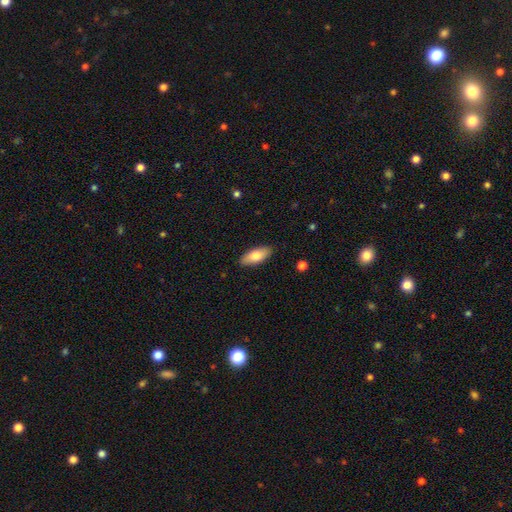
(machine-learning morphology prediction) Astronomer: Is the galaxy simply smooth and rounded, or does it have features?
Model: smooth — 80%.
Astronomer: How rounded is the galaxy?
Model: in between — 81%.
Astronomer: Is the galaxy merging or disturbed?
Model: none — 88%.